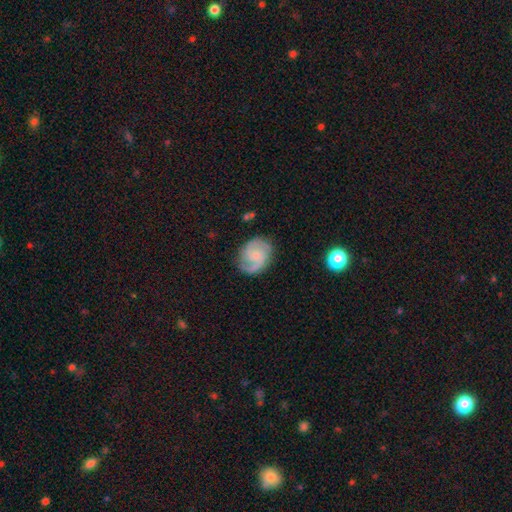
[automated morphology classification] Smooth or featured? featured or disk (80%)
Edge-on disk? no (98%)
Bar? no (59%)
Spiral arms? yes (97%)
Spiral winding? medium (50%)
Spiral arm count? 2 (82%)
Bulge size? small (49%)
Merging? none (77%)